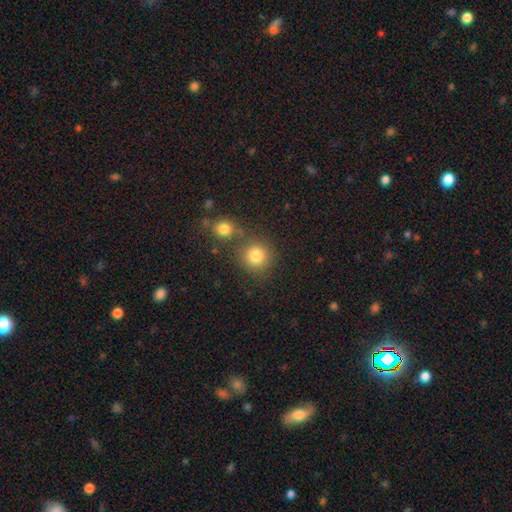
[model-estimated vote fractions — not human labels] The model was most divided on "merging": none: 70%, merger: 18%, minor disturbance: 8%, major disturbance: 4%. More confident: how rounded — round (91%); smooth or featured — smooth (81%).